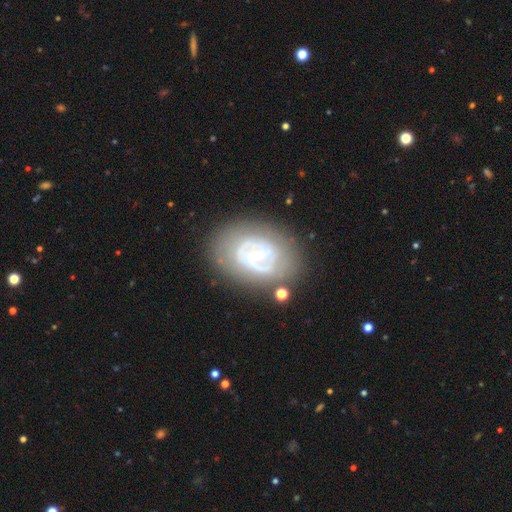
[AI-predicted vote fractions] The model was most divided on "bar": no: 47%, weak: 36%, strong: 17%. More confident: edge-on disk — no (96%); bulge size — small (78%); smooth or featured — featured or disk (77%); merging — none (70%); spiral arms — yes (67%).